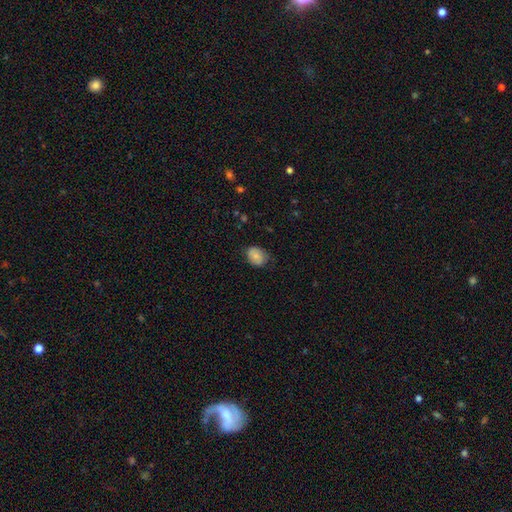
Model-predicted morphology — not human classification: A smooth galaxy with no disk features (80%) that is in between round and cigar-shaped (62%).

Vote fractions:
- Smooth or featured? smooth: 80% / featured or disk: 12% / star or artifact: 8%
- How rounded? in between: 62% / round: 37% / cigar-shaped: 1%
- Merging? none: 68% / minor disturbance: 25% / major disturbance: 6% / merger: 1%